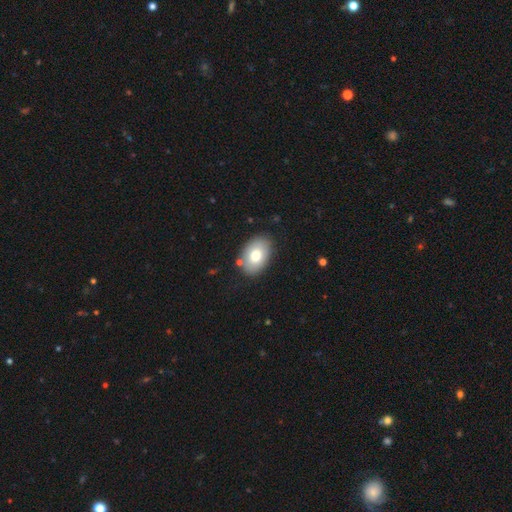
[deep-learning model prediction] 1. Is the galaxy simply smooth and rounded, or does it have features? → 76% smooth, 17% featured or disk, 7% star or artifact.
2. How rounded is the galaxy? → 87% in between, 12% round, 1% cigar-shaped.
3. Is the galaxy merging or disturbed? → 83% none, 11% minor disturbance, 3% merger, 3% major disturbance.